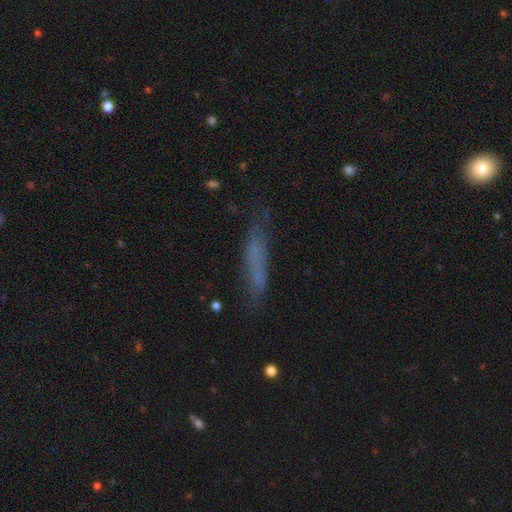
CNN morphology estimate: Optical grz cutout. It shows a smooth galaxy with no disk features (60%) that is cigar-shaped (87%). Merging: none (69%).